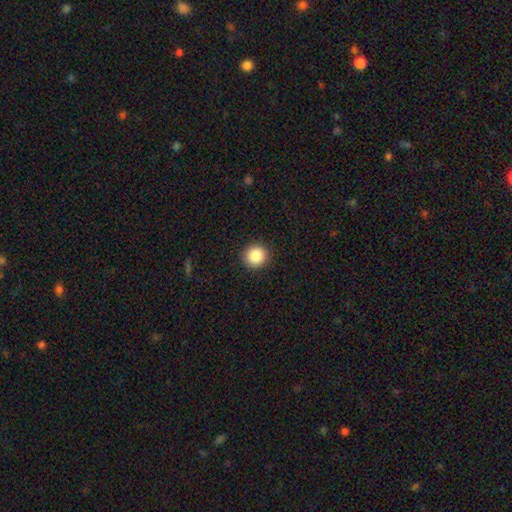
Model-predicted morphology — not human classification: smooth 88%, star or artifact 9%, featured or disk 3%. Down the decision tree: how rounded — round (94%); merging — none (92%).